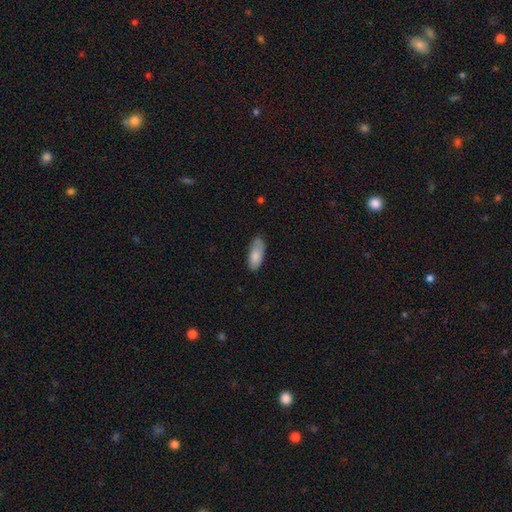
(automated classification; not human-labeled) Smooth or featured?
  - smooth: 84% *
  - featured or disk: 10%
  - star or artifact: 6%
How rounded?
  - in between: 83% *
  - cigar-shaped: 15%
  - round: 2%
Merging?
  - none: 71% *
  - minor disturbance: 23%
  - major disturbance: 4%
  - merger: 1%